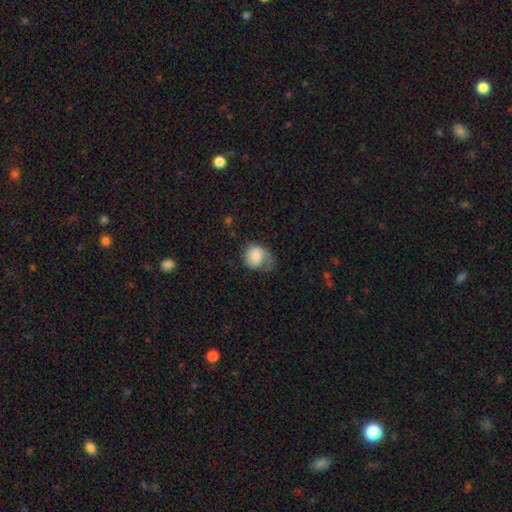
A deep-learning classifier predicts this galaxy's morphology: smooth 63%, featured or disk 30%, star or artifact 7%. Down the decision tree: how rounded — round (58%); merging — major disturbance (39%).